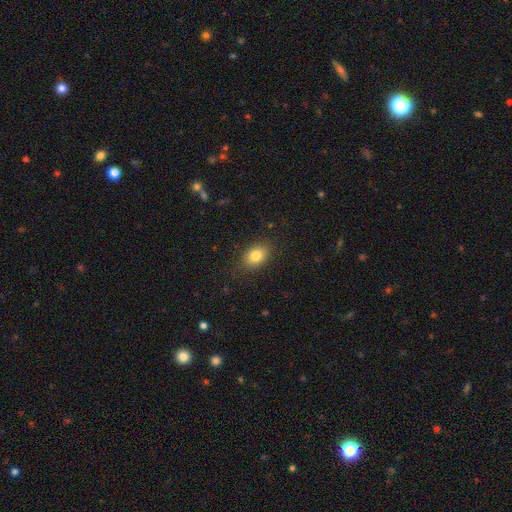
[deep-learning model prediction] The model was most divided on "how rounded": in between: 76%, round: 22%, cigar-shaped: 2%. More confident: merging — none (84%); smooth or featured — smooth (82%).